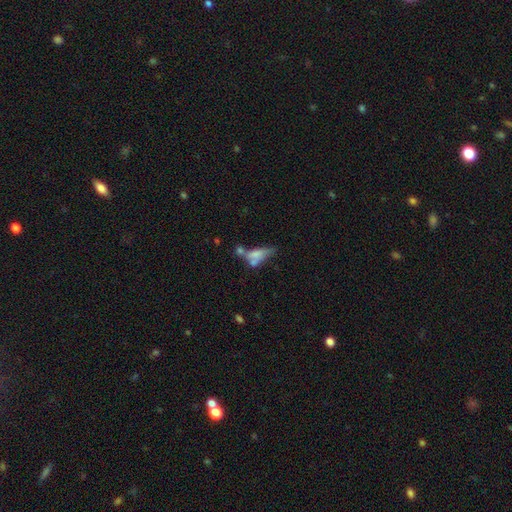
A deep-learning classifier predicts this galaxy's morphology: Smooth or featured? Predicted: smooth (p=0.55). How rounded? Predicted: in between (p=0.62). Merging? Predicted: merger (p=0.41).